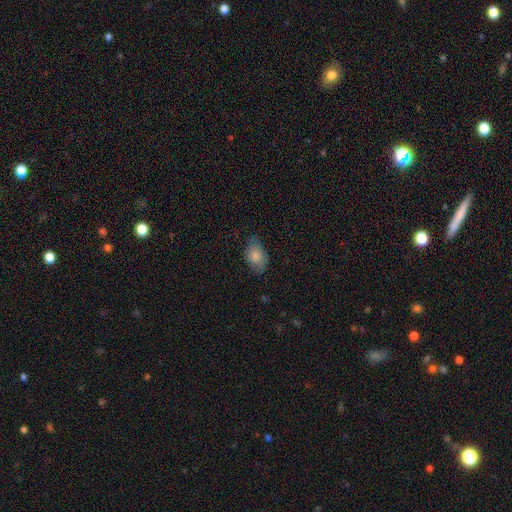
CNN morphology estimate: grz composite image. It shows a smooth galaxy with no disk features (79%) that is in between round and cigar-shaped (88%). Merging: none (63%).